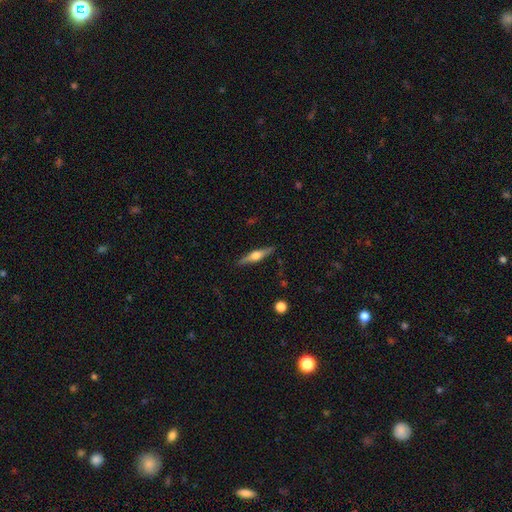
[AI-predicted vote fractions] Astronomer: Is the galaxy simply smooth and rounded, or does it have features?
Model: featured or disk — 68%.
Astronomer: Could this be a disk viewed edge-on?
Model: yes — 97%.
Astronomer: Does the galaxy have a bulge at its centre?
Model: rounded — 92%.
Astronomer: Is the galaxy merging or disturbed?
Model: none — 89%.